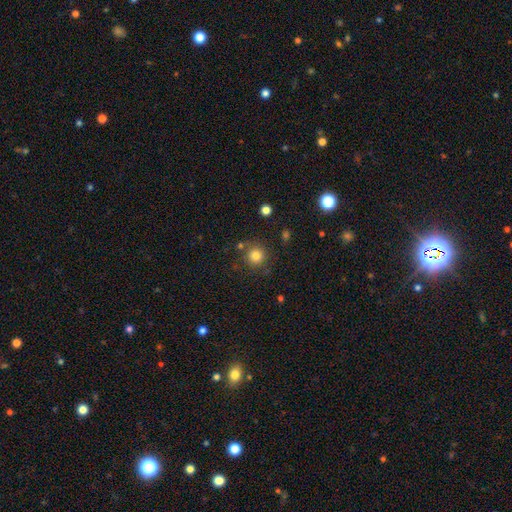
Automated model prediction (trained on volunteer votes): A smooth galaxy with no disk features (81%) that is round (93%). Merging: none (81%).